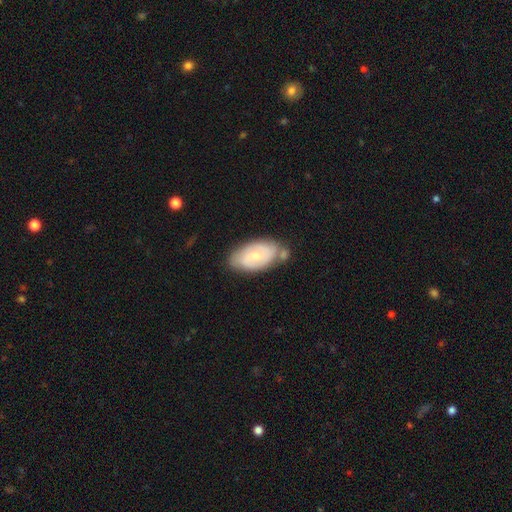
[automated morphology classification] Smooth or featured? featured or disk (57%)
Edge-on disk? no (94%)
Bar? no (57%)
Spiral arms? yes (80%)
Bulge size? small (53%)
Merging? none (57%)